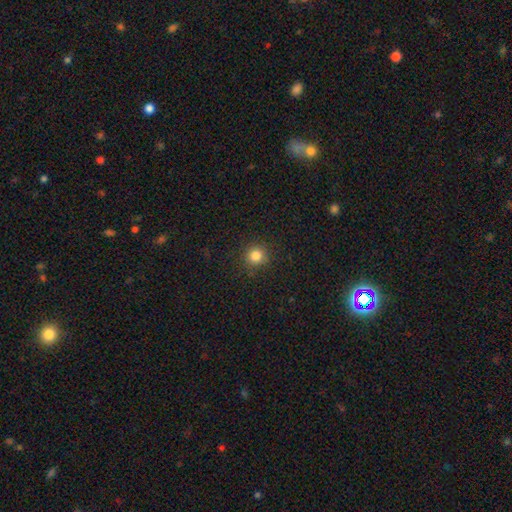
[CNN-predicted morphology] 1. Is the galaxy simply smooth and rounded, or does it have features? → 82% smooth, 13% star or artifact, 5% featured or disk.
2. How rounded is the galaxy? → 94% round, 5% in between, 1% cigar-shaped.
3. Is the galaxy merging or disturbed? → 89% none, 7% minor disturbance, 2% major disturbance, 1% merger.